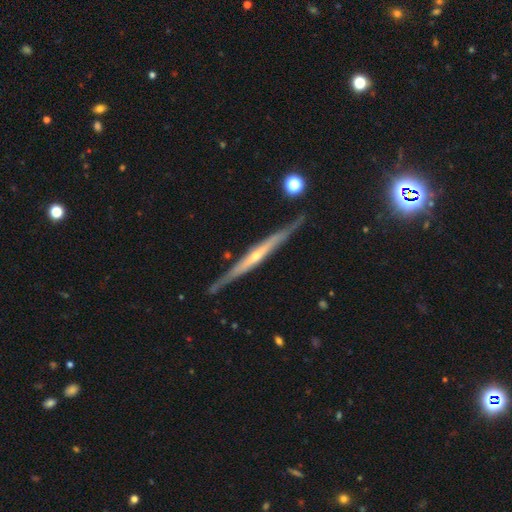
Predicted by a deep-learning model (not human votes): The model was most divided on "edge-on bulge": rounded: 57%, none: 37%, boxy: 6%. More confident: edge-on disk — yes (97%); merging — none (83%); smooth or featured — featured or disk (80%).